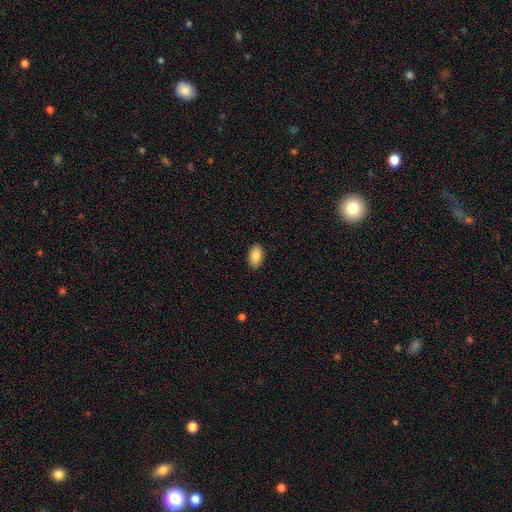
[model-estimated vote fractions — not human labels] Overall: smooth (87%). How rounded: in between (93%). Merging: none (89%).